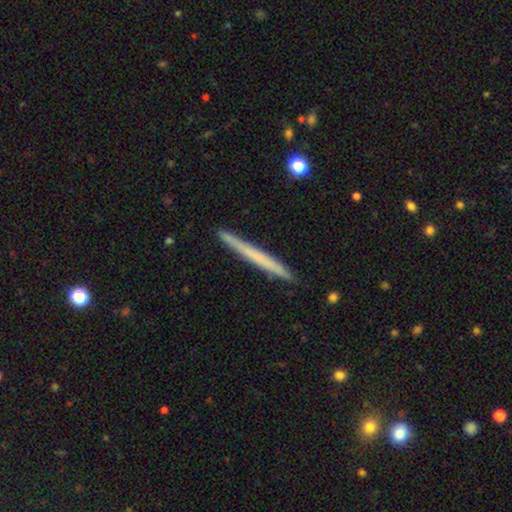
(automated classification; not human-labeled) Smooth or featured? smooth (53%)
How rounded? cigar-shaped (97%)
Merging? none (91%)